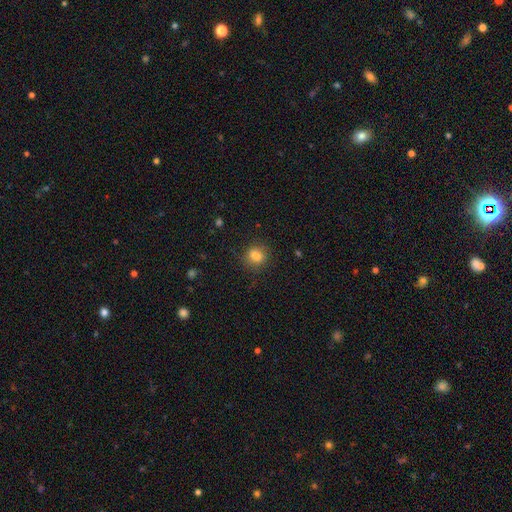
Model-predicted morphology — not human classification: Smooth or featured? Predicted: smooth (p=0.81). How rounded? Predicted: round (p=0.62). Merging? Predicted: none (p=0.80).